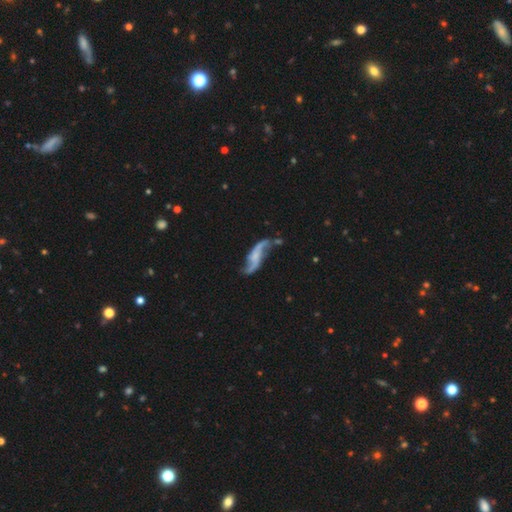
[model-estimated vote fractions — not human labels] This appears to be a featured or disk galaxy (82%) with no bar (55%), 2 (92%) loose (89%) spiral arms (92%) and no central bulge (41%). Merging: none (58%).